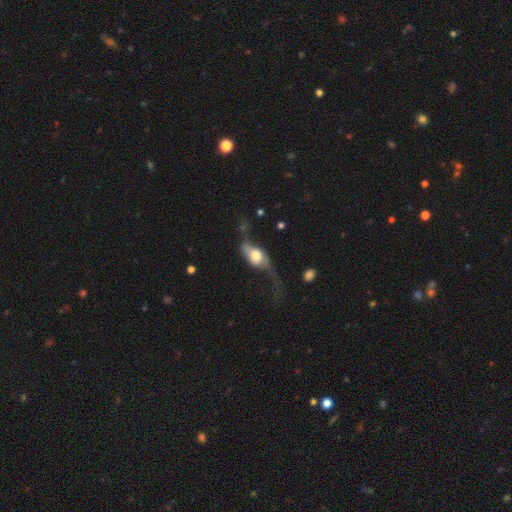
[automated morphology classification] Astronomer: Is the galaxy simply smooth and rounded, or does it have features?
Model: featured or disk — 50% (runner-up: smooth, 43%).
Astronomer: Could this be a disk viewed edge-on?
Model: no — 78%.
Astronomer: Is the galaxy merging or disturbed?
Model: major disturbance — 50%.